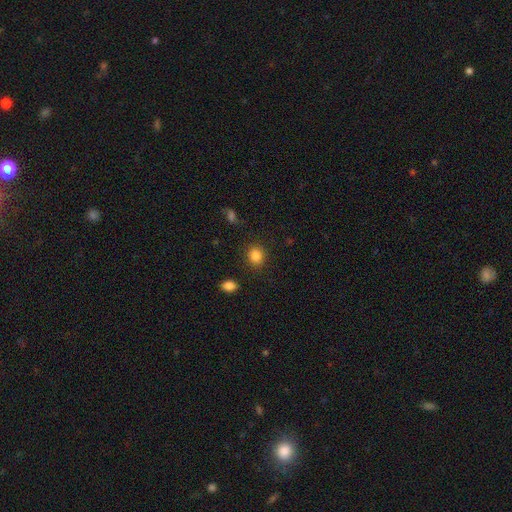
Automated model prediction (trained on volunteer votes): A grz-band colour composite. It shows a smooth galaxy with no disk features (86%) that is round (76%). Merging: none (87%).